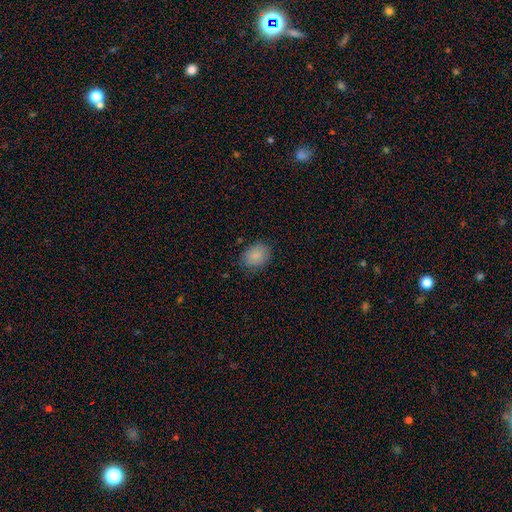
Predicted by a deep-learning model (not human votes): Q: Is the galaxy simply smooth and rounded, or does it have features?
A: smooth — 86%.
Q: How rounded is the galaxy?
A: in between — 57%.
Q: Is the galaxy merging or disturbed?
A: none — 80%.